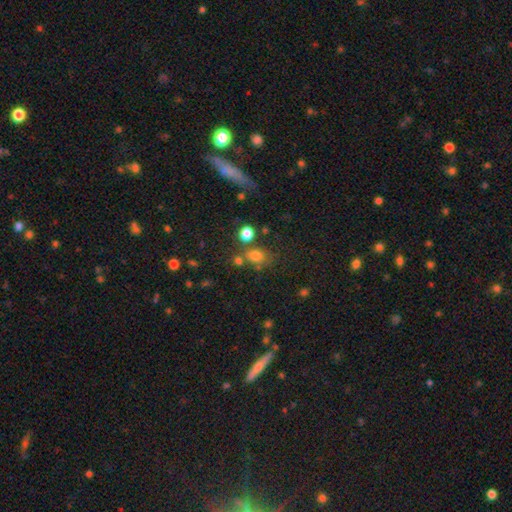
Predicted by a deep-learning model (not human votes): A smooth galaxy with no disk features (71%) that is round (51%). Merging: none (64%).